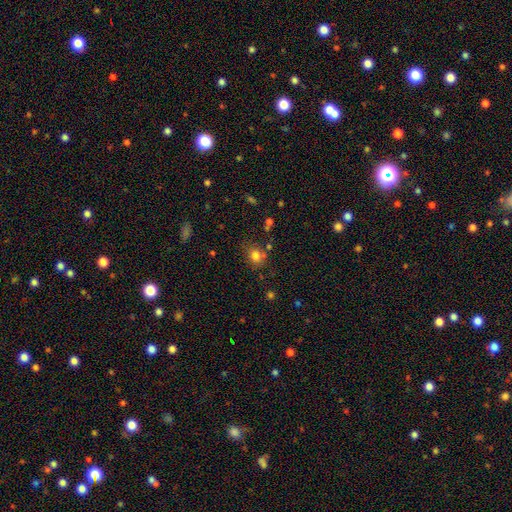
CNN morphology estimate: Smooth or featured? Predicted: smooth (p=0.78). How rounded? Predicted: round (p=0.63). Merging? Predicted: none (p=0.67).